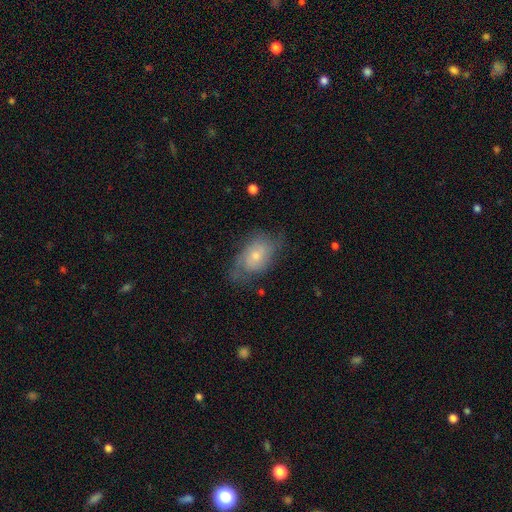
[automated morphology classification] The model was most divided on "smooth or featured": featured or disk: 48%, smooth: 45%, star or artifact: 7%. More confident: merging — none (55%).